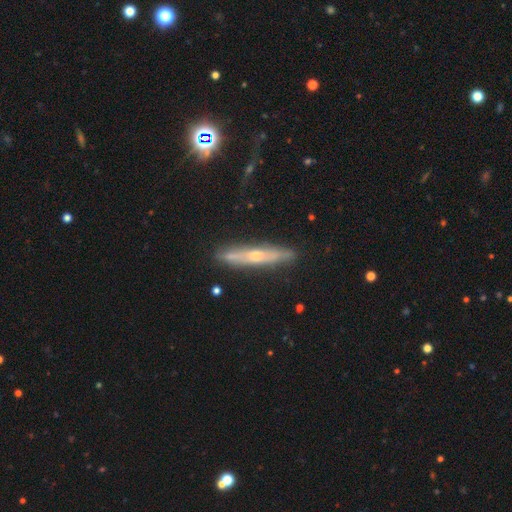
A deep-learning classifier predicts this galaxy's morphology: Smooth or featured? featured or disk (64%)
Edge-on disk? yes (89%)
Edge-on bulge? rounded (74%)
Merging? none (85%)